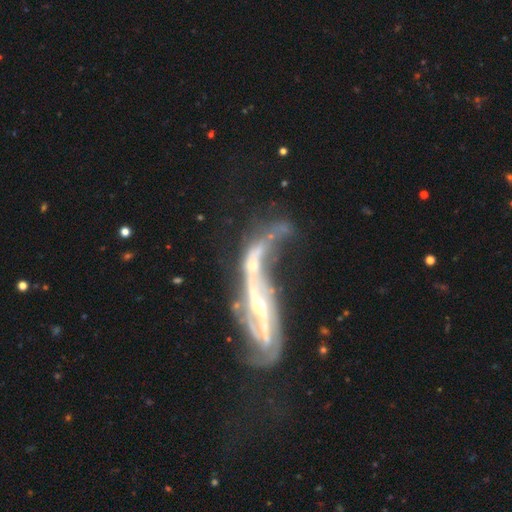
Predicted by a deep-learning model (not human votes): smooth-or-featured: featured or disk: 69% | smooth: 18% | star or artifact: 13%
  disk-edge-on: no: 70% | yes: 30%
  merging: merger: 51% | major disturbance: 28% | none: 13% | minor disturbance: 8%